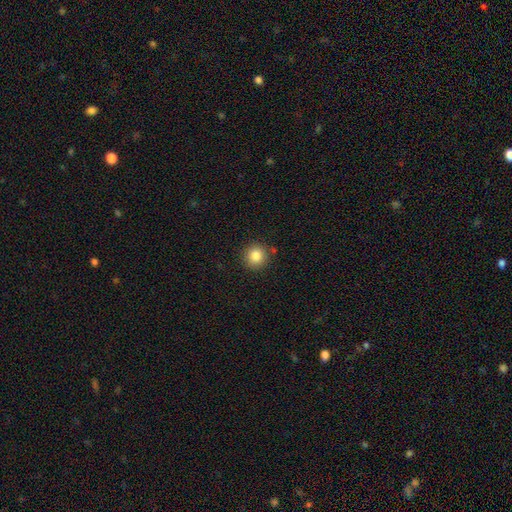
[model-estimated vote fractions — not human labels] Q: Smooth or featured?
A: smooth (84%); runner-up: star or artifact (11%)
Q: How rounded?
A: round (93%); runner-up: in between (6%)
Q: Merging?
A: none (88%); runner-up: minor disturbance (8%)